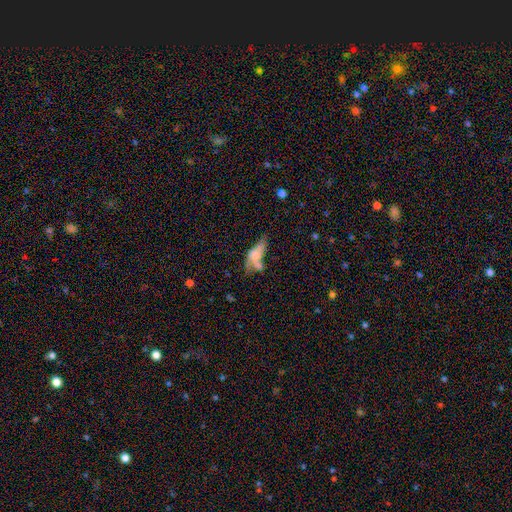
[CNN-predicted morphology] smooth 47%, featured or disk 41%, star or artifact 13%. Down the decision tree: merging — merger (33%).